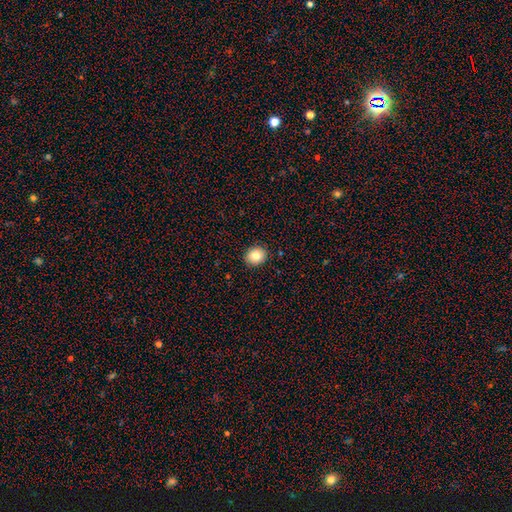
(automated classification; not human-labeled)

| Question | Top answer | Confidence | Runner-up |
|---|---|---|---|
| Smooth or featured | smooth | 81% | star or artifact (10%) |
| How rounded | round | 66% | in between (33%) |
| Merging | none | 90% | minor disturbance (7%) |